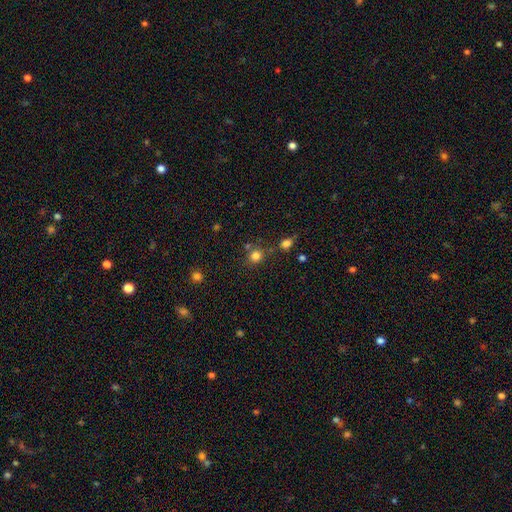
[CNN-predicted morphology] smooth-or-featured: smooth: 81% | star or artifact: 14% | featured or disk: 5%
  how-rounded: round: 87% | in between: 12% | cigar-shaped: 1%
  merging: none: 72% | merger: 13% | minor disturbance: 11% | major disturbance: 4%